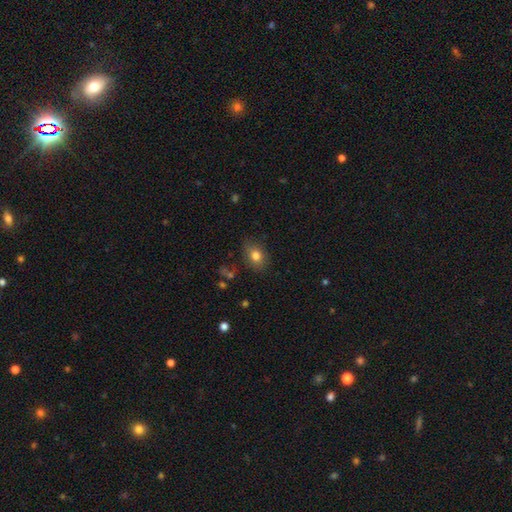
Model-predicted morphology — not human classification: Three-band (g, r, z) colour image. It shows a smooth galaxy with no disk features (80%) that is in between round and cigar-shaped (63%). Merging: none (80%).